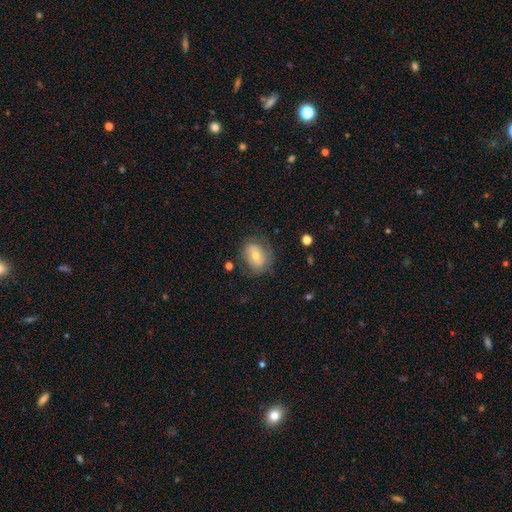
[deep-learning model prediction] smooth_or_featured: smooth (p=0.52) [alt: featured or disk p=0.40]
how_rounded: in between (p=0.64) [alt: round p=0.35]
merging: none (p=0.66) [alt: minor disturbance p=0.21]